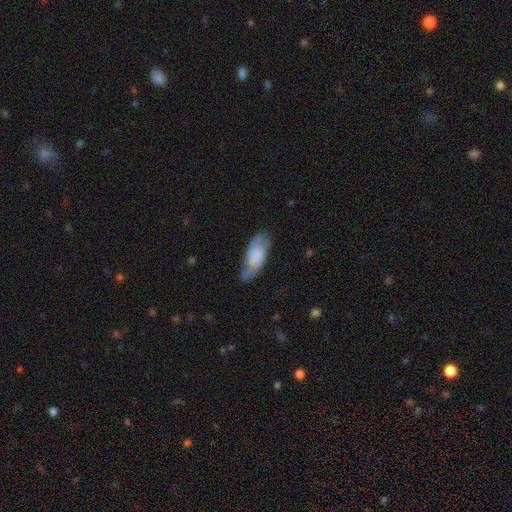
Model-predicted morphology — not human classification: smooth_or_featured: smooth (p=0.67) [alt: featured or disk p=0.27]
how_rounded: in between (p=0.82) [alt: cigar-shaped p=0.16]
merging: none (p=0.64) [alt: minor disturbance p=0.26]